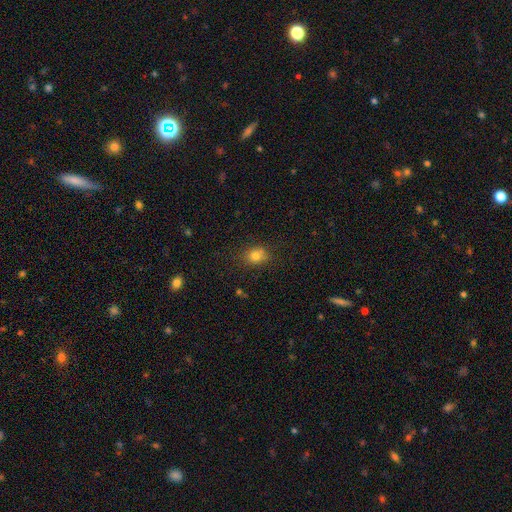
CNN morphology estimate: The model was most divided on "how rounded": round: 52%, in between: 47%, cigar-shaped: 1%. More confident: smooth or featured — smooth (78%); merging — none (75%).